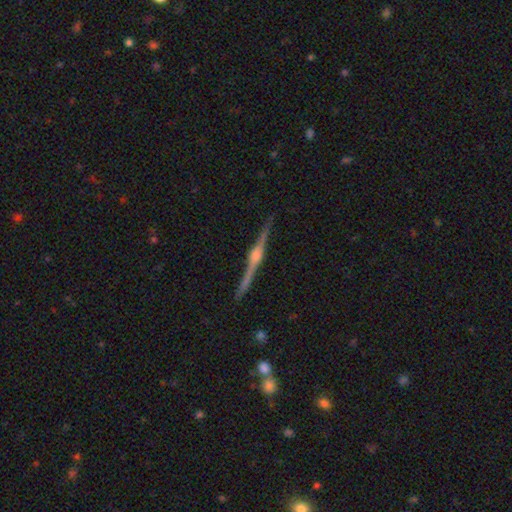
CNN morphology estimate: Smooth or featured? Predicted: featured or disk (p=0.86). Edge-on disk? Predicted: yes (p=0.98). Edge-on bulge? Predicted: rounded (p=0.85). Merging? Predicted: none (p=0.90).